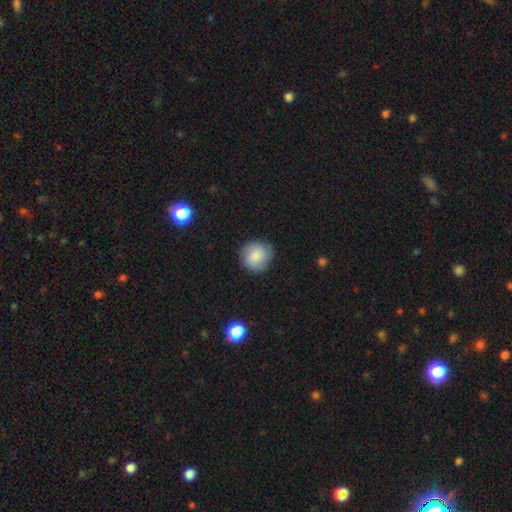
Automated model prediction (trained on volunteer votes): Overall: smooth (78%). How rounded: round (89%). Merging: none (81%).